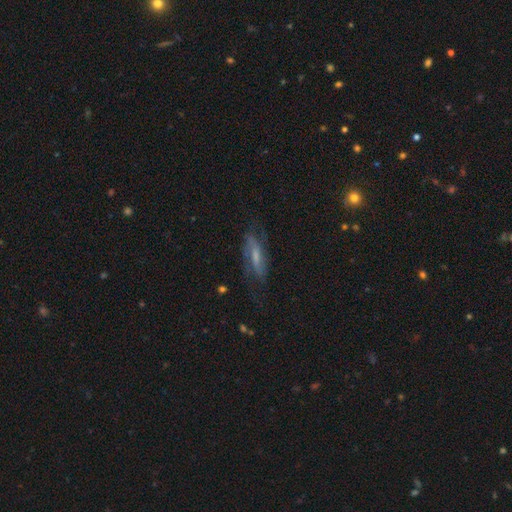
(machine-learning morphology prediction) smooth_or_featured: featured or disk (p=0.57) [alt: smooth p=0.34]
disk_edge_on: no (p=0.73) [alt: yes p=0.27]
merging: none (p=0.61) [alt: minor disturbance p=0.22]